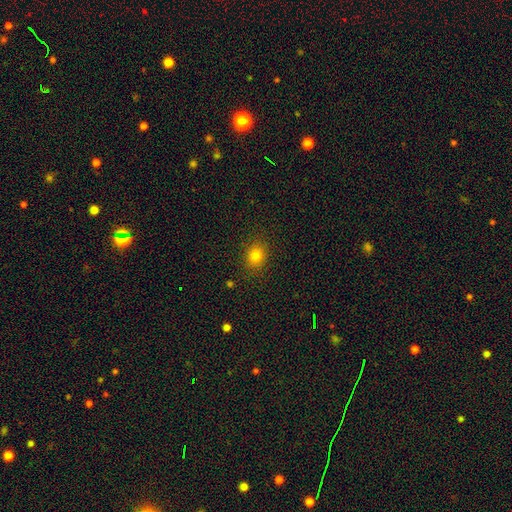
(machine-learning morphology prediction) The model was most divided on "how rounded": round: 57%, in between: 42%, cigar-shaped: 1%. More confident: merging — none (87%); smooth or featured — smooth (81%).